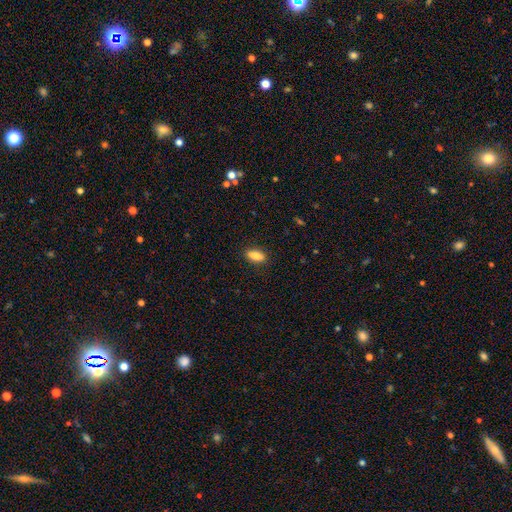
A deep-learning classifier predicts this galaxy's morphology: A smooth galaxy with no disk features (87%) that is in between round and cigar-shaped (81%). Merging: none (88%).